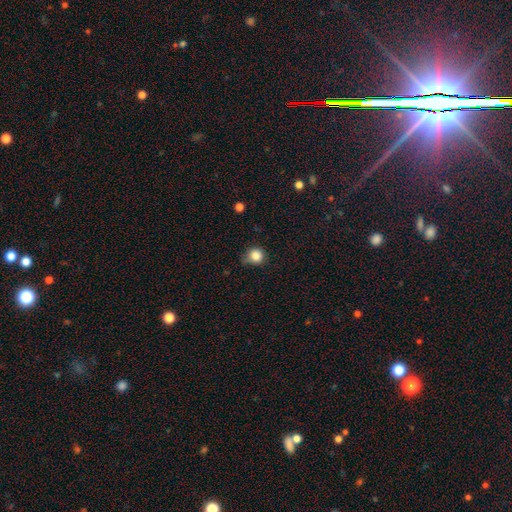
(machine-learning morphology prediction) Smooth or featured?
  - smooth: 84% *
  - star or artifact: 11%
  - featured or disk: 5%
How rounded?
  - round: 87% *
  - in between: 12%
  - cigar-shaped: 1%
Merging?
  - none: 60% *
  - minor disturbance: 30%
  - major disturbance: 7%
  - merger: 3%